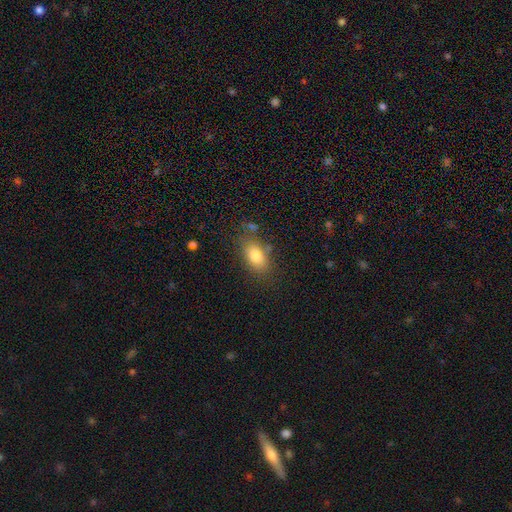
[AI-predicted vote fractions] smooth 82%, featured or disk 10%, star or artifact 9%. Down the decision tree: how rounded — in between (87%); merging — none (75%).